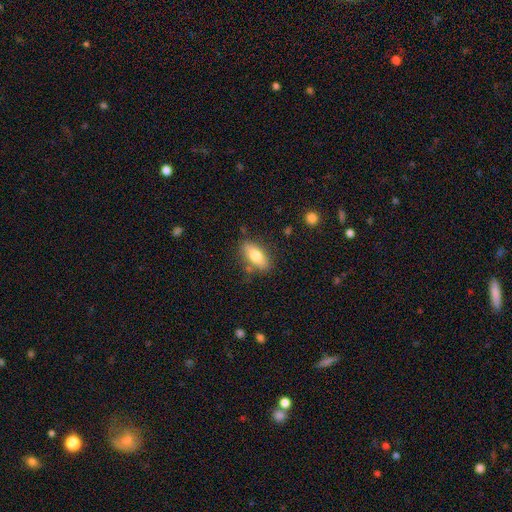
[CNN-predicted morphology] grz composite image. It shows a smooth galaxy with no disk features (74%) that is in between round and cigar-shaped (81%). Merging: none (80%).